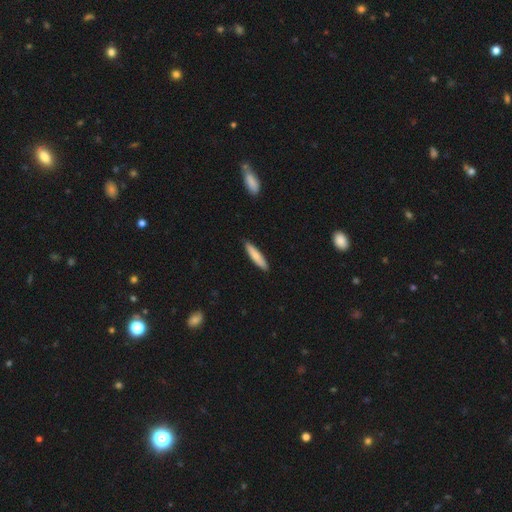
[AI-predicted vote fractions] This is likely a smooth galaxy (77%). How rounded: clearly cigar-shaped (83%). Merging: clearly none (90%).